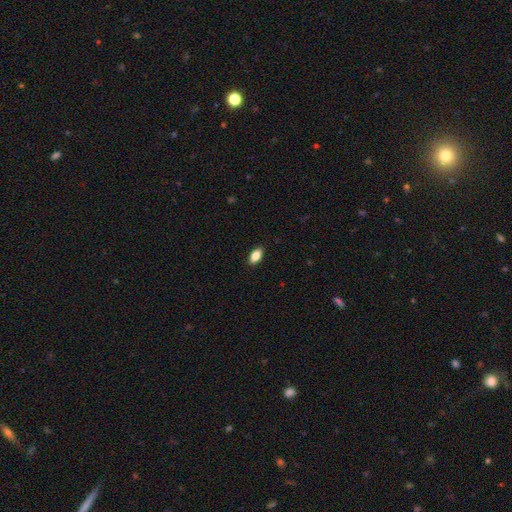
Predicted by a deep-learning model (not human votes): Smooth or featured: smooth — 84% (featured or disk — 9%)
How rounded: in between — 90% (cigar-shaped — 6%)
Merging: none — 89% (minor disturbance — 8%)